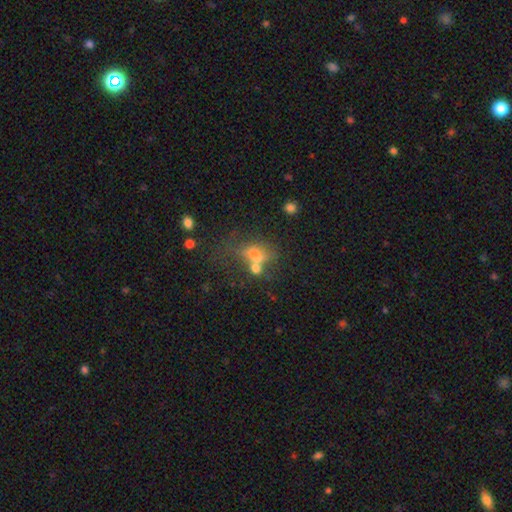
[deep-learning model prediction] Morphology: type=smooth (54%); roundness=in between (67%); merging=merger (36%).